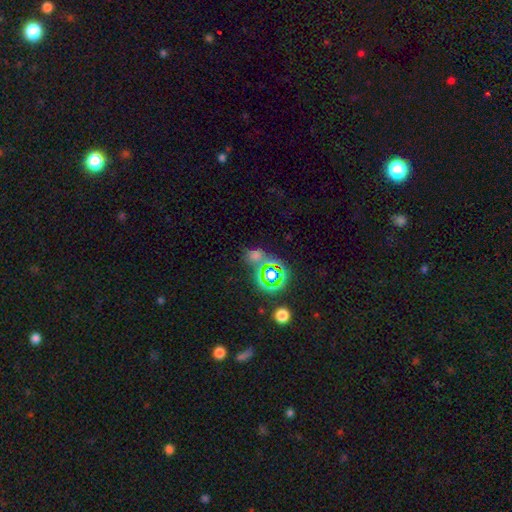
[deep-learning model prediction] The model was most divided on "smooth or featured": smooth: 46%, star or artifact: 43%, featured or disk: 11%. More confident: merging — none (53%).